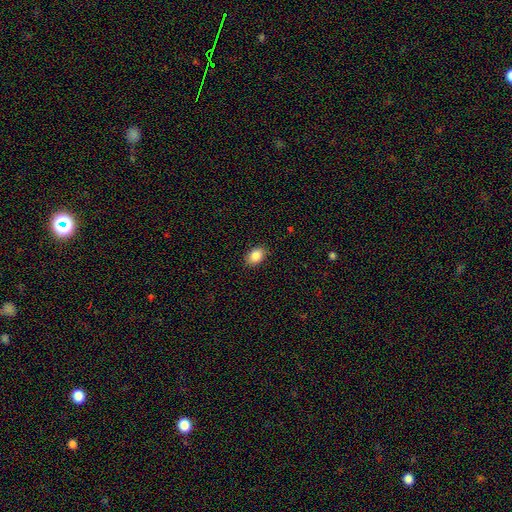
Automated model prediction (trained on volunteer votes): smooth_or_featured: smooth (p=0.87) [alt: star or artifact p=0.08]
how_rounded: in between (p=0.80) [alt: round p=0.19]
merging: none (p=0.87) [alt: minor disturbance p=0.10]